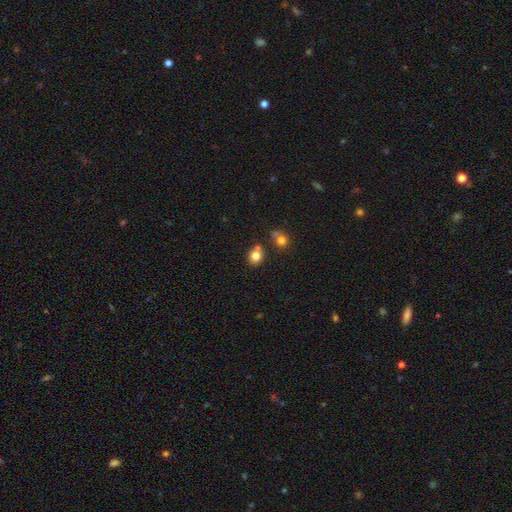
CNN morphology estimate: A smooth galaxy with no disk features (80%) that is round (77%).

Vote fractions:
- Smooth or featured? smooth: 80% / star or artifact: 12% / featured or disk: 8%
- How rounded? round: 77% / in between: 22% / cigar-shaped: 1%
- Merging? none: 66% / merger: 19% / minor disturbance: 12% / major disturbance: 3%